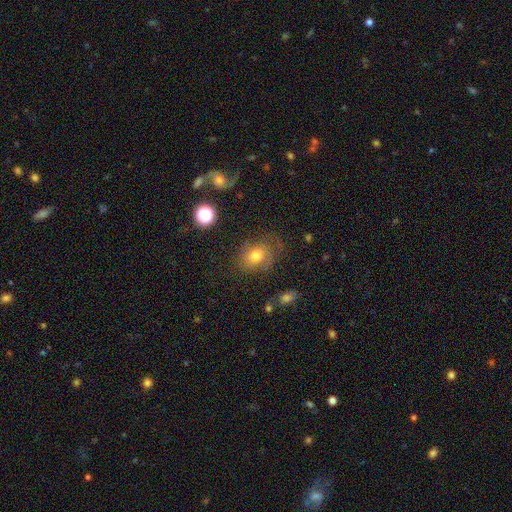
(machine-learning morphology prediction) This is possibly a smooth galaxy (48%). Merging: likely none (63%).